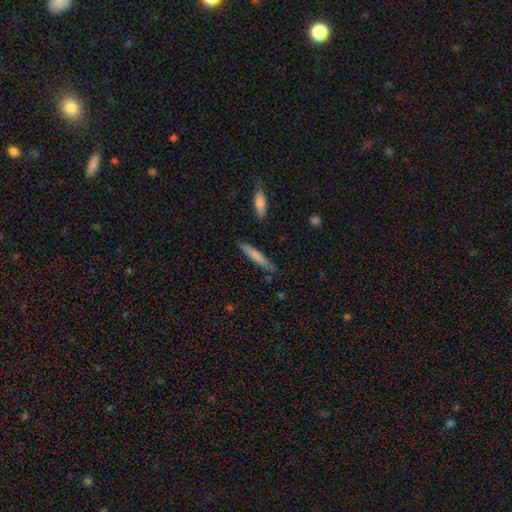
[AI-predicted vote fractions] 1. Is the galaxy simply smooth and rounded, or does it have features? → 74% smooth, 20% featured or disk, 6% star or artifact.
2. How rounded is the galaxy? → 91% cigar-shaped, 7% in between, 1% round.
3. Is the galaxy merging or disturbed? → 82% none, 12% minor disturbance, 3% merger, 2% major disturbance.